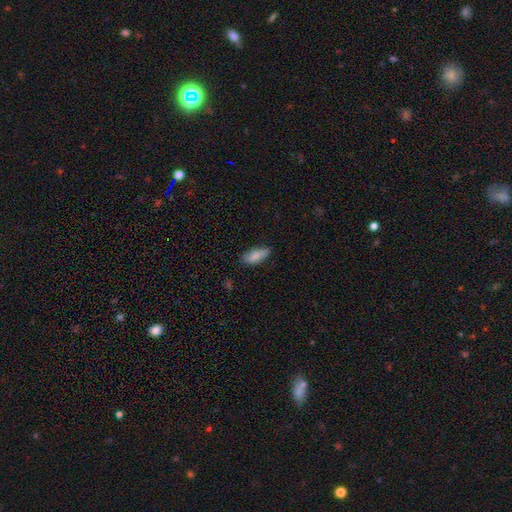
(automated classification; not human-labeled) Morphology: type=smooth (82%); roundness=in between (79%); merging=none (76%).